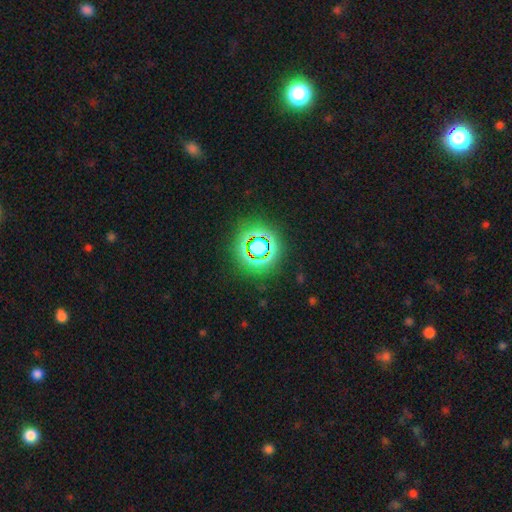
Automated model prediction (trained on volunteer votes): Smooth or featured: star or artifact — 79% (smooth — 14%)